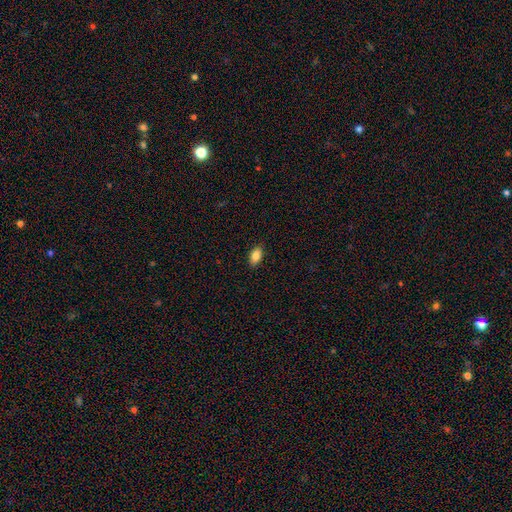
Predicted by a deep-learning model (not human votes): Smooth or featured: smooth — 86% (star or artifact — 8%)
How rounded: in between — 92% (round — 5%)
Merging: none — 88% (minor disturbance — 9%)